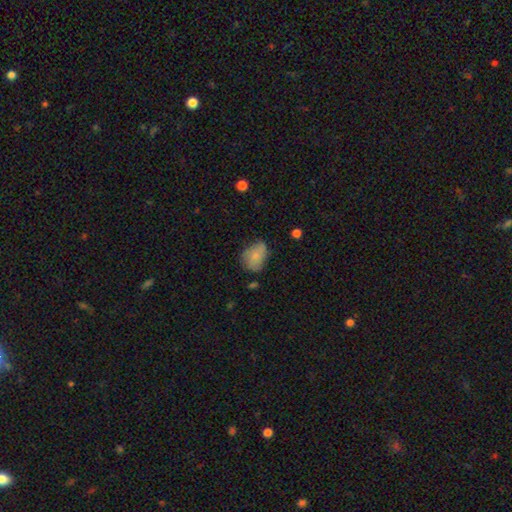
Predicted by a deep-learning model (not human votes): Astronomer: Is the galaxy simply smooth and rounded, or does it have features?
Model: smooth — 77%.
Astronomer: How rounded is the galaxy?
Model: in between — 71%.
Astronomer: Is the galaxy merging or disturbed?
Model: none — 51% (runner-up: minor disturbance, 35%).